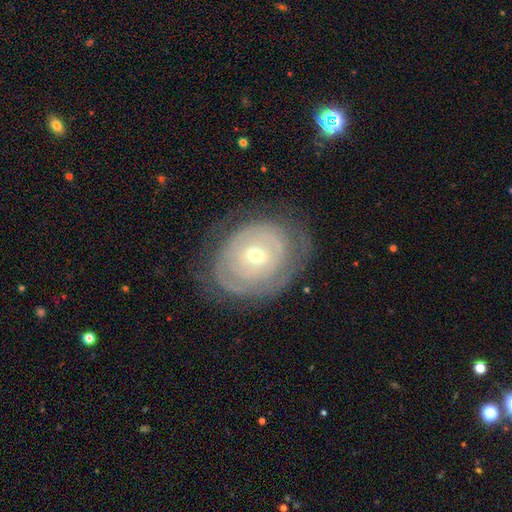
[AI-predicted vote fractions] Smooth or featured? featured or disk (75%)
Edge-on disk? no (96%)
Bar? no (52%)
Spiral arms? yes (73%)
Spiral winding? tight (76%)
Spiral arm count? can't tell (53%)
Bulge size? moderate (50%)
Merging? none (65%)